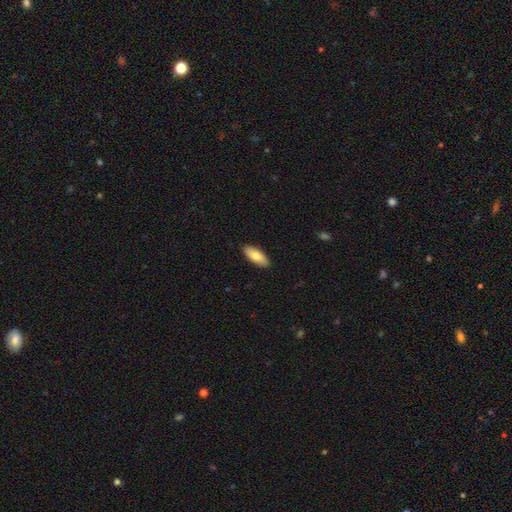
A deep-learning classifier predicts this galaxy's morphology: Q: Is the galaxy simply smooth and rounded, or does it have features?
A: smooth — 80%.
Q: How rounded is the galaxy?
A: in between — 83%.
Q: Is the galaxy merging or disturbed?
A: none — 90%.